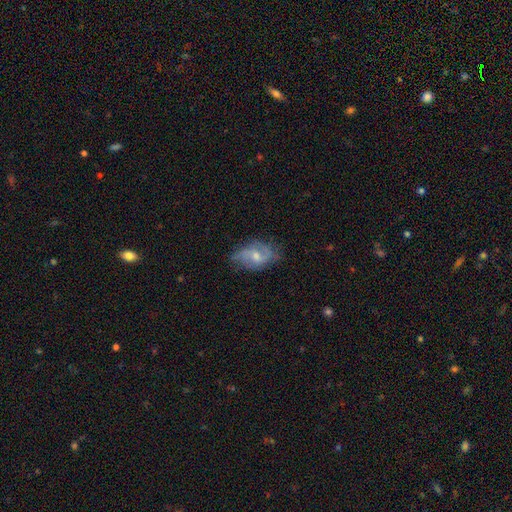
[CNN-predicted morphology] The model was most divided on "spiral winding": loose: 43%, medium: 41%, tight: 17%. Remaining: edge-on disk — no (96%); spiral arms — yes (85%); spiral arm count — 2 (73%); smooth or featured — featured or disk (68%); merging — none (58%); bulge size — moderate (56%); bar — no (49%).